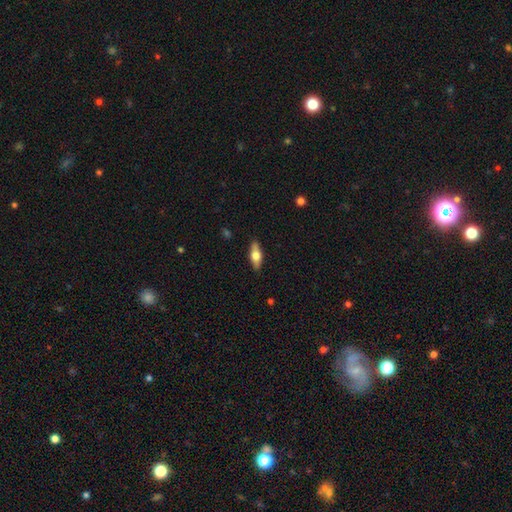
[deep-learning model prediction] A smooth galaxy with no disk features (53%) that is in between round and cigar-shaped (64%).

Vote fractions:
- Smooth or featured? smooth: 53% / featured or disk: 41% / star or artifact: 6%
- How rounded? in between: 64% / cigar-shaped: 32% / round: 3%
- Merging? none: 87% / minor disturbance: 9% / major disturbance: 2% / merger: 1%